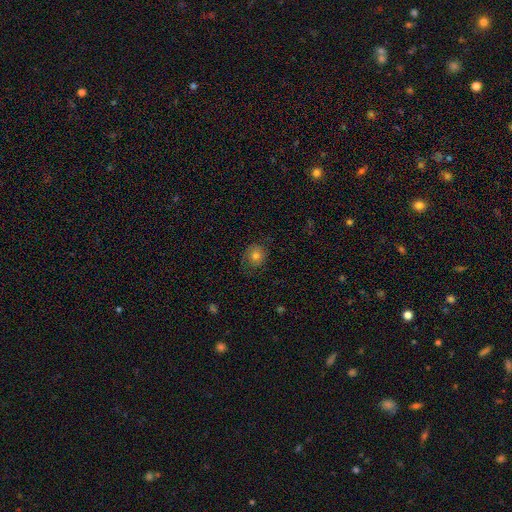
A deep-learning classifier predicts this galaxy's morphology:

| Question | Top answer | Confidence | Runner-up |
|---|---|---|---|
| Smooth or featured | smooth | 72% | featured or disk (16%) |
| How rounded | round | 82% | in between (18%) |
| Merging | none | 77% | minor disturbance (16%) |